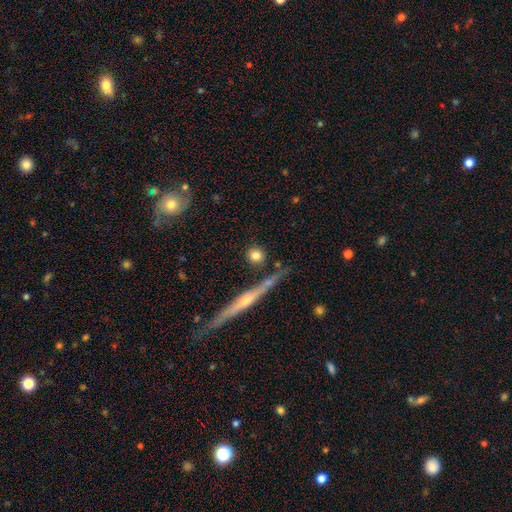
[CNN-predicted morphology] type=smooth (77%); roundness=round (88%); merging=none (81%).